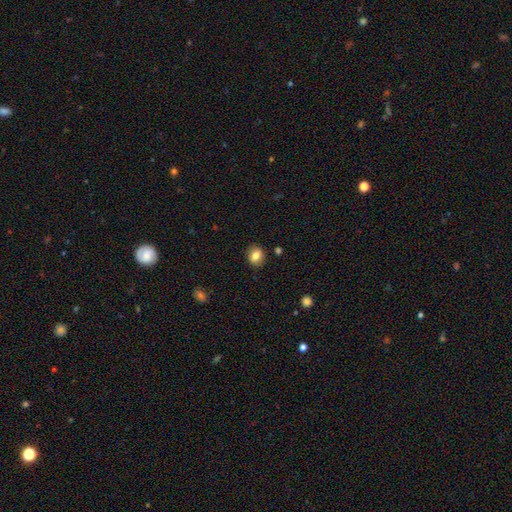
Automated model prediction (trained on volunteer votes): This is clearly a smooth galaxy (80%). How rounded: likely round (63%). Merging: clearly none (88%).